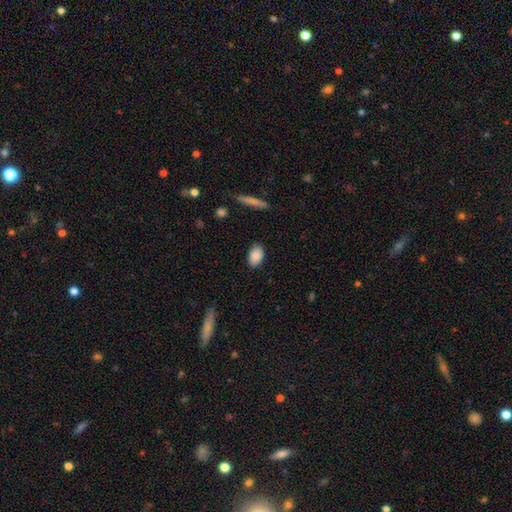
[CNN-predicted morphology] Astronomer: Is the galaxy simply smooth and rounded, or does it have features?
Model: smooth — 88%.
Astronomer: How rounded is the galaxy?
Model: in between — 91%.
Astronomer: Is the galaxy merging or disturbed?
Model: none — 86%.